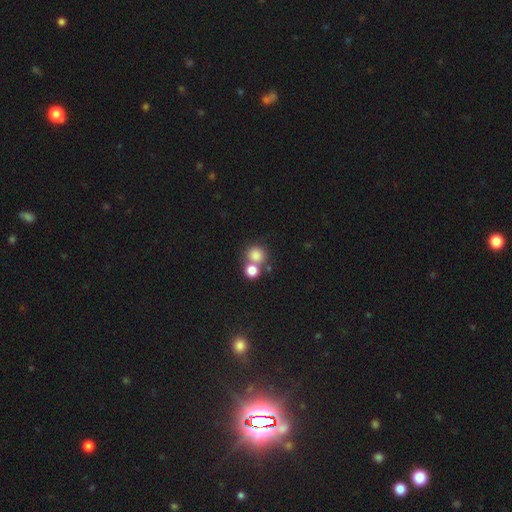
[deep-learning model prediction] This is likely a smooth galaxy (80%). How rounded: clearly round (85%). Merging: possibly none (49%).